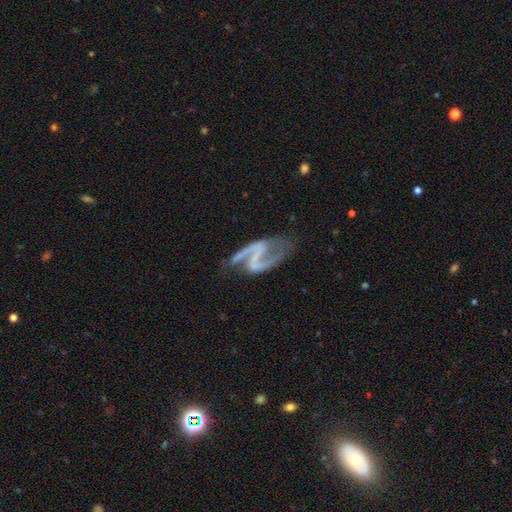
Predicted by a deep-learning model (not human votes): Morphology: type=featured or disk (91%); edge-on=no (98%); bar=strong (48%); spiral arms=yes (96%); winding=loose (47%); arm count=2 (92%); bulge=none (57%); merging=none (61%).